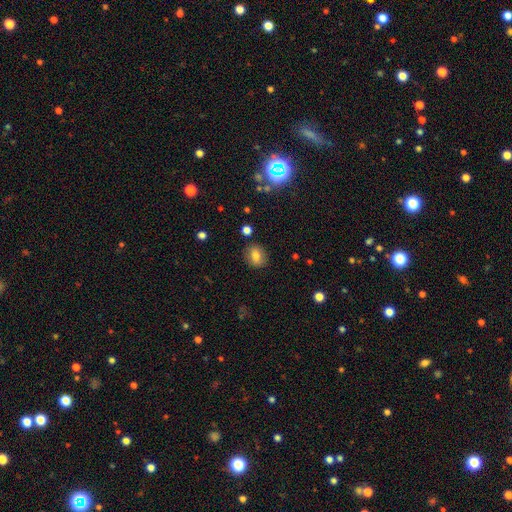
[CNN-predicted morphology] smooth 78%, featured or disk 12%, star or artifact 11%. Down the decision tree: how rounded — round (51%); merging — none (86%).